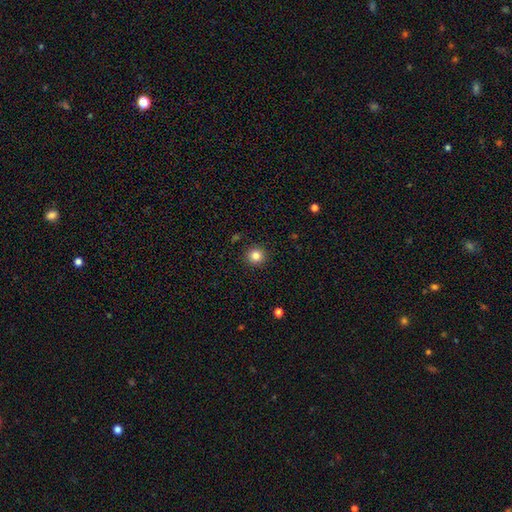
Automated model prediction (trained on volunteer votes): Smooth or featured?
  - smooth: 83% *
  - star or artifact: 11%
  - featured or disk: 5%
How rounded?
  - round: 94% *
  - in between: 5%
  - cigar-shaped: 1%
Merging?
  - none: 92% *
  - minor disturbance: 5%
  - major disturbance: 2%
  - merger: 1%